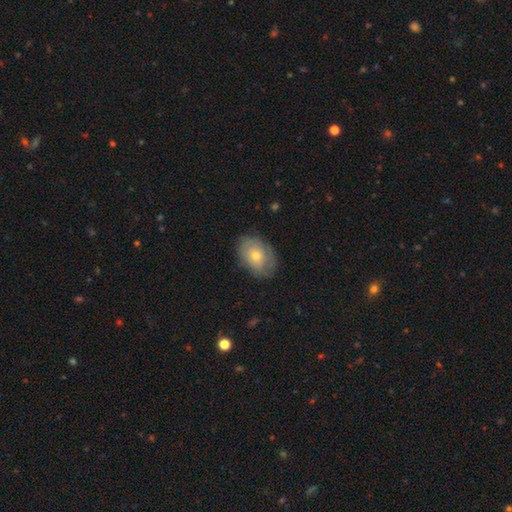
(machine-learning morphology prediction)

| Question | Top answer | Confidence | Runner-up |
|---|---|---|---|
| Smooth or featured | smooth | 57% | featured or disk (36%) |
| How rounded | in between | 79% | round (20%) |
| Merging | none | 76% | minor disturbance (18%) |